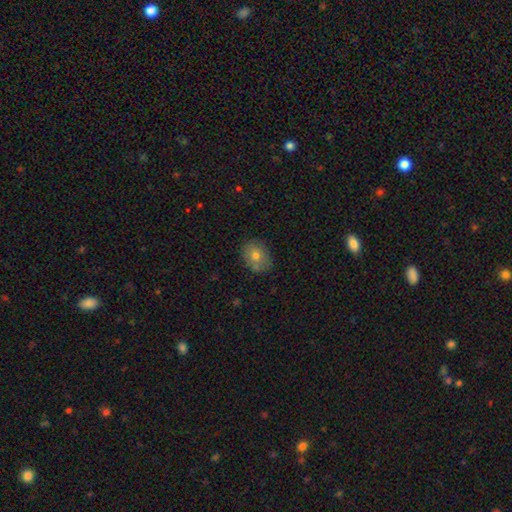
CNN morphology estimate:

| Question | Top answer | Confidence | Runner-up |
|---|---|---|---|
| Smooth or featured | smooth | 74% | featured or disk (16%) |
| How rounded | in between | 55% | round (44%) |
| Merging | none | 78% | minor disturbance (16%) |